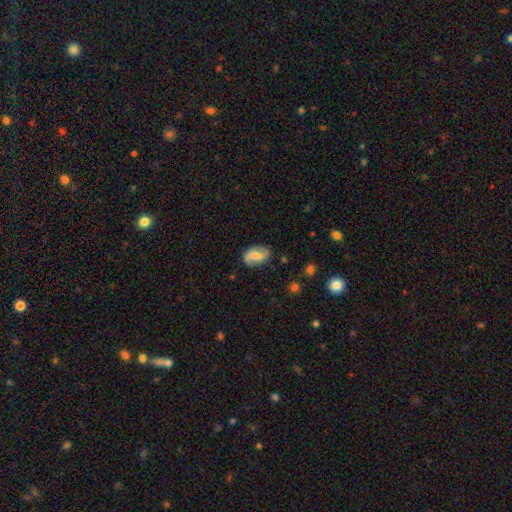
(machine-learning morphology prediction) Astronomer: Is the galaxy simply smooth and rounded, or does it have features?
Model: featured or disk — 55% (runner-up: smooth, 38%).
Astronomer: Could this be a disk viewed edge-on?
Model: no — 95%.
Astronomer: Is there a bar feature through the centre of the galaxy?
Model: weak — 46% (runner-up: no, 32%).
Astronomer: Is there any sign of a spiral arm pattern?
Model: yes — 84%.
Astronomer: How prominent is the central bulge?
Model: moderate — 60%.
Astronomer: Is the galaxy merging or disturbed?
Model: none — 81%.